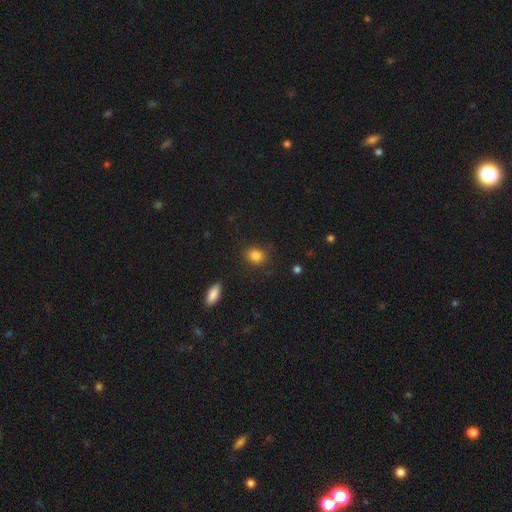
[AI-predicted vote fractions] Smooth or featured?
  - smooth: 85% *
  - star or artifact: 10%
  - featured or disk: 5%
How rounded?
  - in between: 51% *
  - round: 47%
  - cigar-shaped: 2%
Merging?
  - none: 81% *
  - minor disturbance: 14%
  - major disturbance: 4%
  - merger: 2%